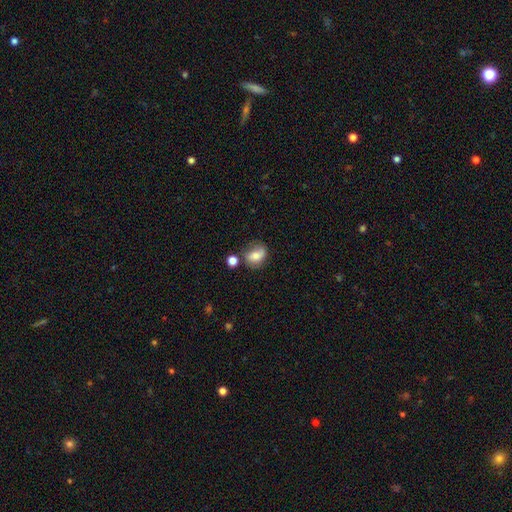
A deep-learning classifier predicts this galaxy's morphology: The model was most divided on "how rounded": in between: 61%, round: 37%, cigar-shaped: 2%. More confident: smooth or featured — smooth (69%); merging — none (60%).